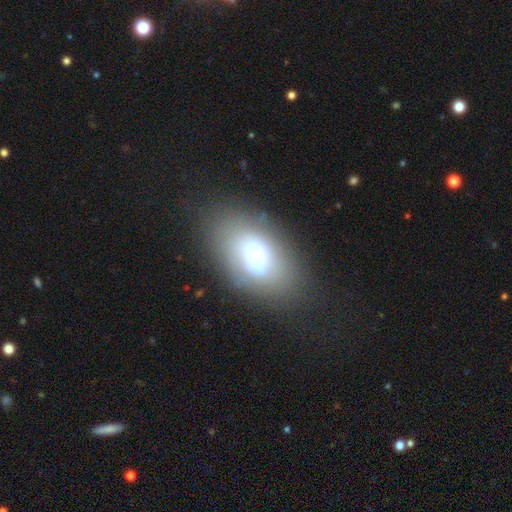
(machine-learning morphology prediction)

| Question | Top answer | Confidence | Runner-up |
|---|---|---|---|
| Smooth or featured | smooth | 53% | featured or disk (32%) |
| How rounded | in between | 84% | round (13%) |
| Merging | none | 70% | minor disturbance (16%) |